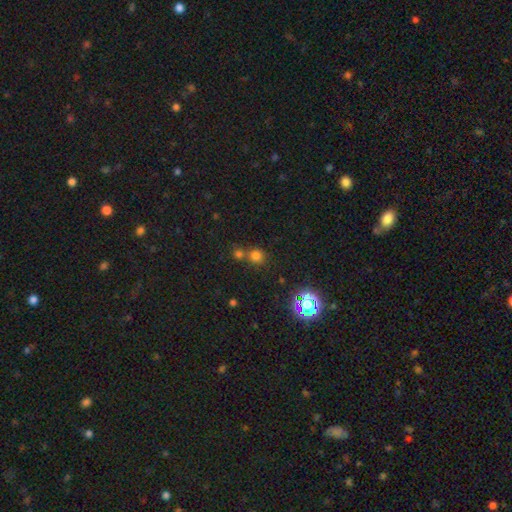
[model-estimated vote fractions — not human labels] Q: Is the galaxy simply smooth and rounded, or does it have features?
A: smooth — 68%.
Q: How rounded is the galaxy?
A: round — 90%.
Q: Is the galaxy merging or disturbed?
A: none — 59%.